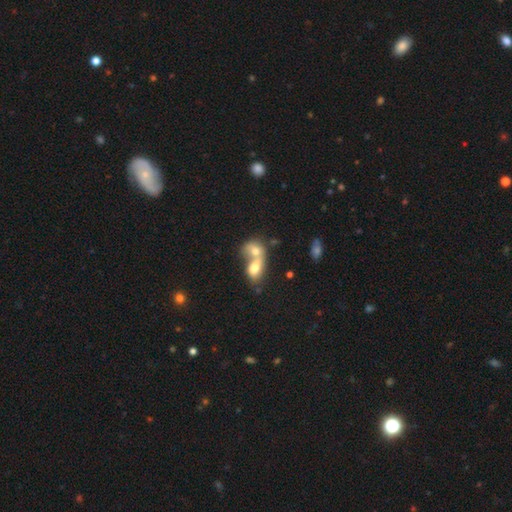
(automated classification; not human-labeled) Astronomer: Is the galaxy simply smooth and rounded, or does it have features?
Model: smooth — 65%.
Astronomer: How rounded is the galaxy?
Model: in between — 62%.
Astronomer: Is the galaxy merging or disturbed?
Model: merger — 80%.